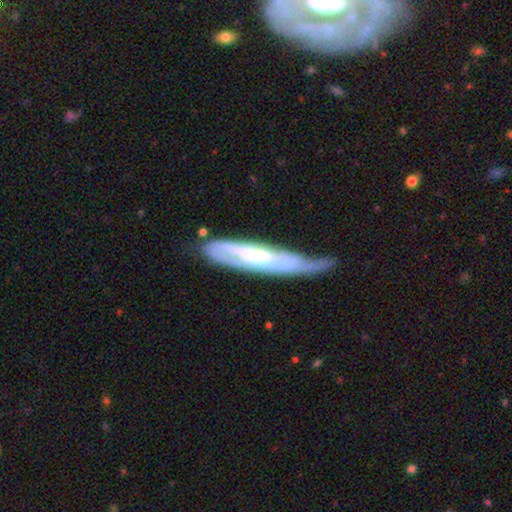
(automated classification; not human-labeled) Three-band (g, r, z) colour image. It shows a featured or disk galaxy (69%). Merging: none (40%).